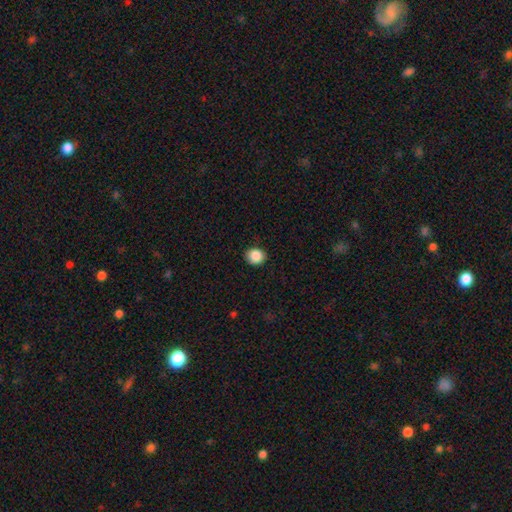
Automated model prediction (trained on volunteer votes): smooth-or-featured: smooth: 87% | star or artifact: 9% | featured or disk: 3%
  how-rounded: round: 80% | in between: 19% | cigar-shaped: 1%
  merging: none: 89% | minor disturbance: 8% | major disturbance: 2% | merger: 1%